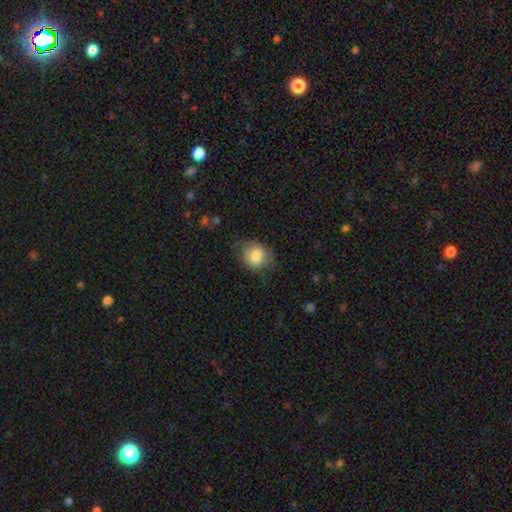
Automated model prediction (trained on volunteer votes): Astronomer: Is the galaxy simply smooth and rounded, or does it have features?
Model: smooth — 79%.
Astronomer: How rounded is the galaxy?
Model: round — 60% (runner-up: in between, 39%).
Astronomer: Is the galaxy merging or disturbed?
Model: none — 58%.